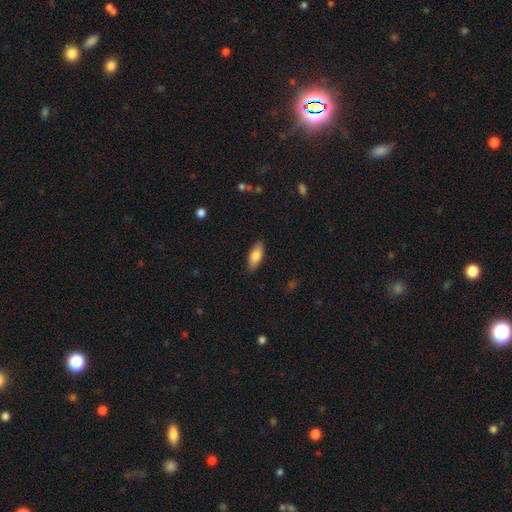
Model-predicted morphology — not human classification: Overall: smooth (83%). How rounded: in between (82%). Merging: none (88%).